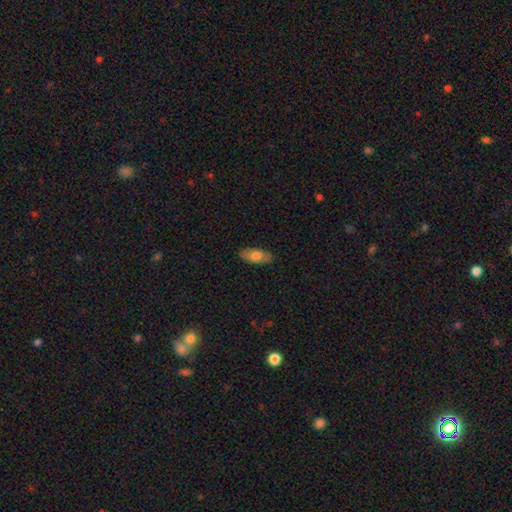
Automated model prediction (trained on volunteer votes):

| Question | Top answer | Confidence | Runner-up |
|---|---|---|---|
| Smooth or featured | smooth | 74% | featured or disk (20%) |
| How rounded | in between | 86% | cigar-shaped (11%) |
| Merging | none | 86% | minor disturbance (11%) |